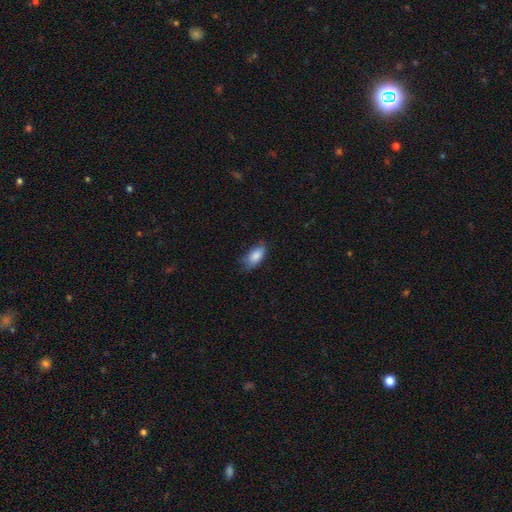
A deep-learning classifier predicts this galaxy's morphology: smooth 86%, featured or disk 7%, star or artifact 7%. Down the decision tree: how rounded — in between (90%); merging — none (68%).